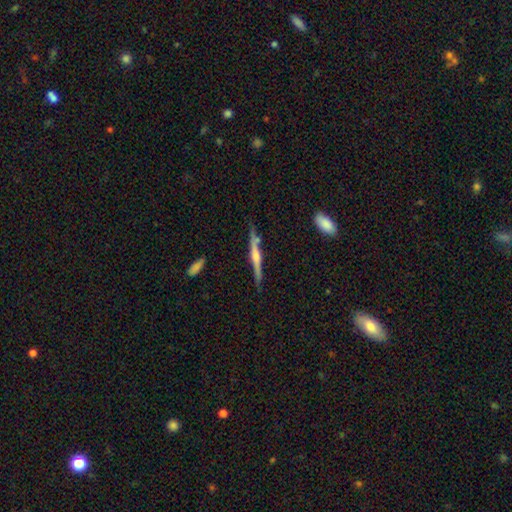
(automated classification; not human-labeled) Q: Smooth or featured?
A: featured or disk (74%); runner-up: smooth (20%)
Q: Edge-on disk?
A: yes (97%); runner-up: no (3%)
Q: Edge-on bulge?
A: rounded (77%); runner-up: boxy (12%)
Q: Merging?
A: none (82%); runner-up: minor disturbance (13%)